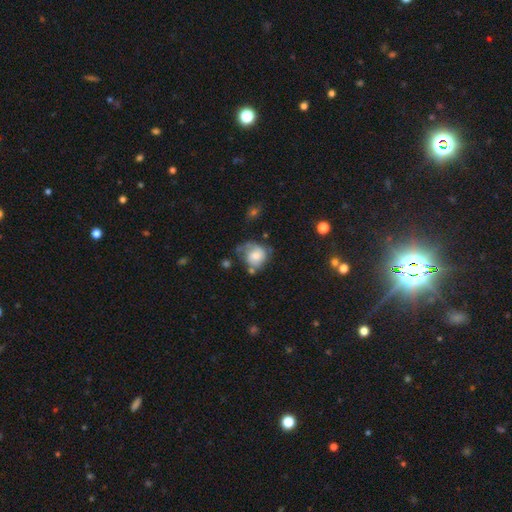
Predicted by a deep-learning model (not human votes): smooth-or-featured: smooth: 50% | featured or disk: 41% | star or artifact: 9%
  how-rounded: round: 69% | in between: 30% | cigar-shaped: 1%
  merging: none: 36% | minor disturbance: 29% | major disturbance: 27% | merger: 8%